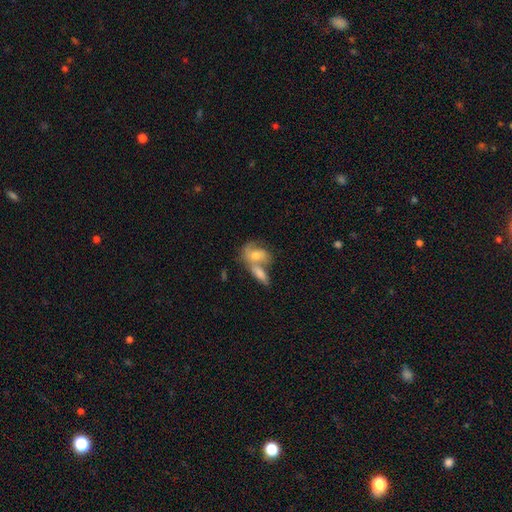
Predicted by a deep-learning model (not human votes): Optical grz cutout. It shows a featured or disk galaxy (47%). Merging: merger (56%).